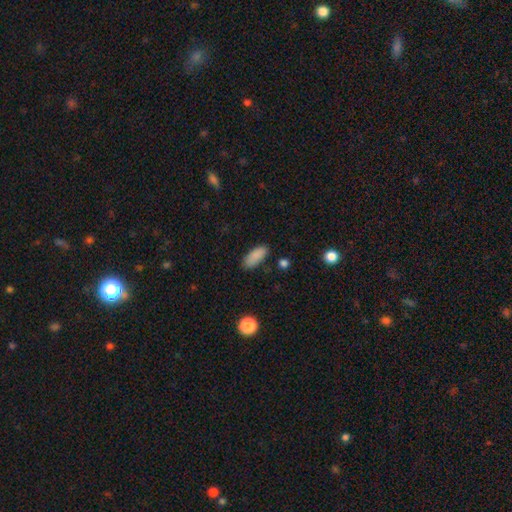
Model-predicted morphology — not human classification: The model was most divided on "how rounded": in between: 81%, cigar-shaped: 16%, round: 2%. More confident: smooth or featured — smooth (88%); merging — none (82%).